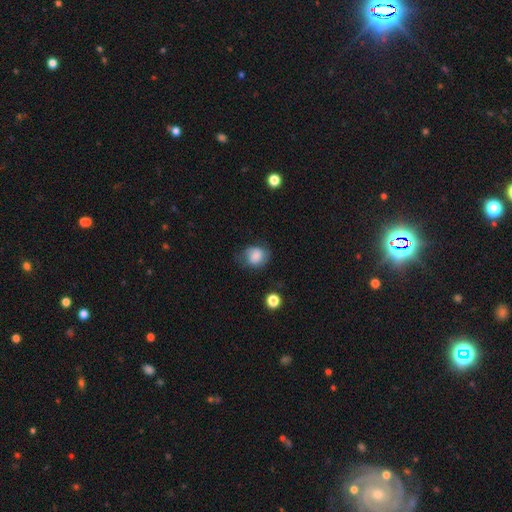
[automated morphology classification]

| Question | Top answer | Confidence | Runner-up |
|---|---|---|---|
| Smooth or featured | smooth | 74% | featured or disk (17%) |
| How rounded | round | 62% | in between (37%) |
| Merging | none | 57% | minor disturbance (29%) |